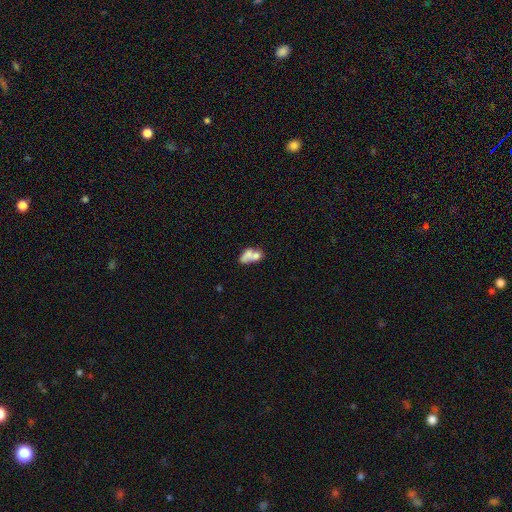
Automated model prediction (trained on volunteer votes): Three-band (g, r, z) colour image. It shows a smooth galaxy with no disk features (60%) that is in between round and cigar-shaped (70%). Merging: merger (53%).